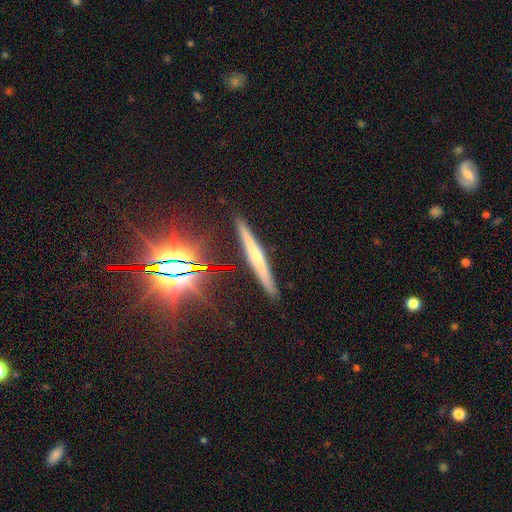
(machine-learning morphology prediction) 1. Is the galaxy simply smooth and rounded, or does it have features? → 48% featured or disk, 37% smooth, 15% star or artifact.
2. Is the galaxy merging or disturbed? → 90% none, 7% minor disturbance, 2% merger, 2% major disturbance.